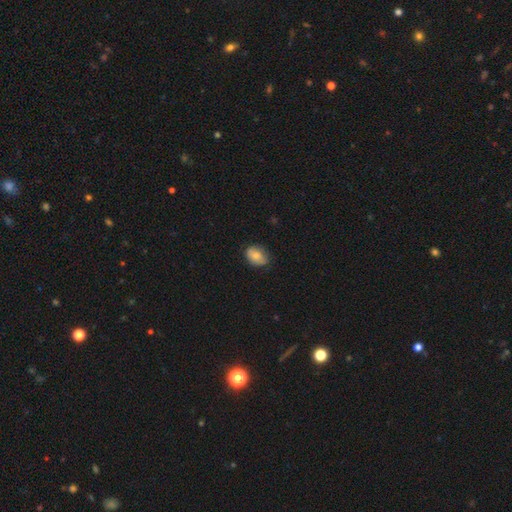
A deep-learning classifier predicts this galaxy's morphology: Smooth or featured? Predicted: smooth (p=0.75). How rounded? Predicted: in between (p=0.71). Merging? Predicted: none (p=0.68).